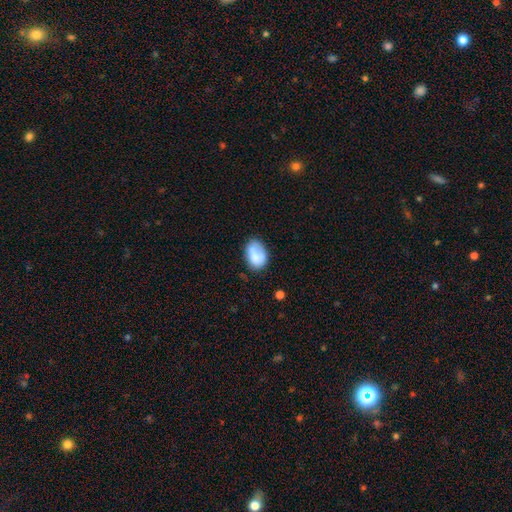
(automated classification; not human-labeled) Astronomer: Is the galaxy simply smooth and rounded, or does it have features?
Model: smooth — 77%.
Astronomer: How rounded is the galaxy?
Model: in between — 83%.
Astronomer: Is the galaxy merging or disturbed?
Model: none — 60%.